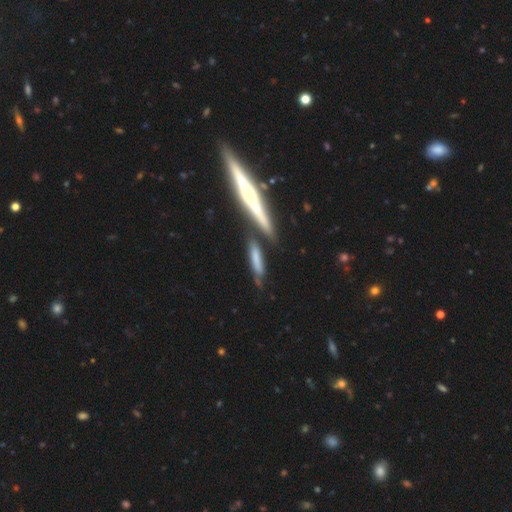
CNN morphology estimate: type=smooth (47%); merging=none (53%).